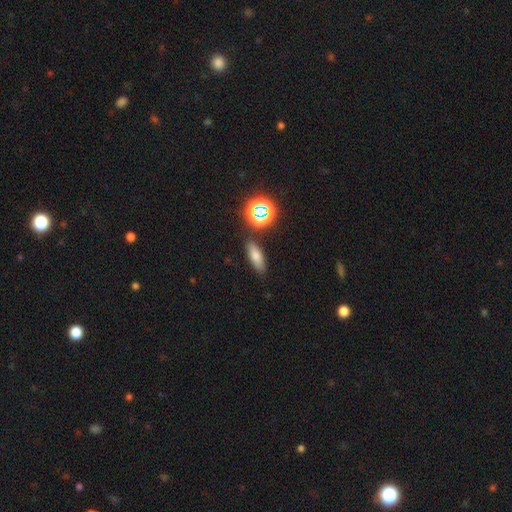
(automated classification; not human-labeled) Morphology: type=smooth (70%); roundness=in between (63%); merging=none (83%).